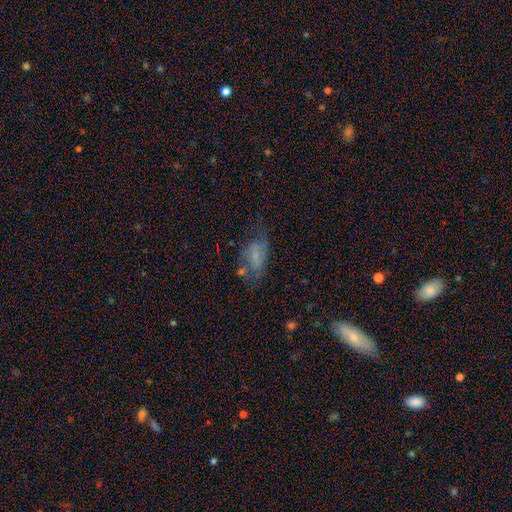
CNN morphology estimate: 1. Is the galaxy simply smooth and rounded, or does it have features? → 55% smooth, 33% featured or disk, 12% star or artifact.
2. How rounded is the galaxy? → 85% in between, 9% cigar-shaped, 6% round.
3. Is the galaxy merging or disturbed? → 43% none, 27% minor disturbance, 23% major disturbance, 6% merger.